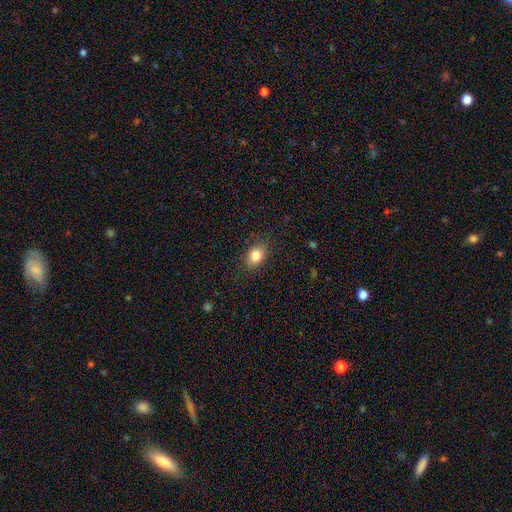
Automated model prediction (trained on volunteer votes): Morphology: type=smooth (83%); roundness=in between (73%); merging=none (85%).